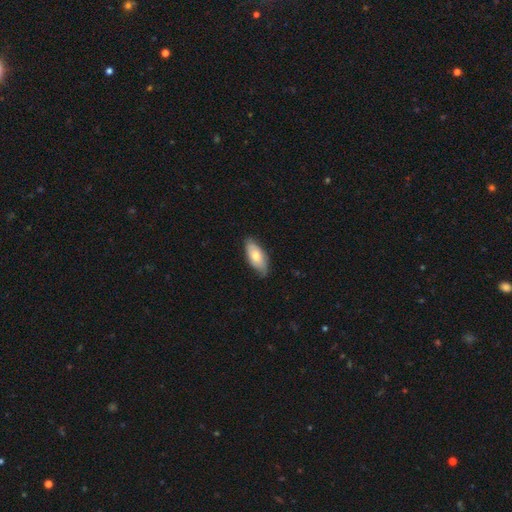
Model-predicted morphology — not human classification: Q: Smooth or featured?
A: smooth (67%); runner-up: featured or disk (28%)
Q: How rounded?
A: in between (87%); runner-up: cigar-shaped (10%)
Q: Merging?
A: none (76%); runner-up: minor disturbance (20%)